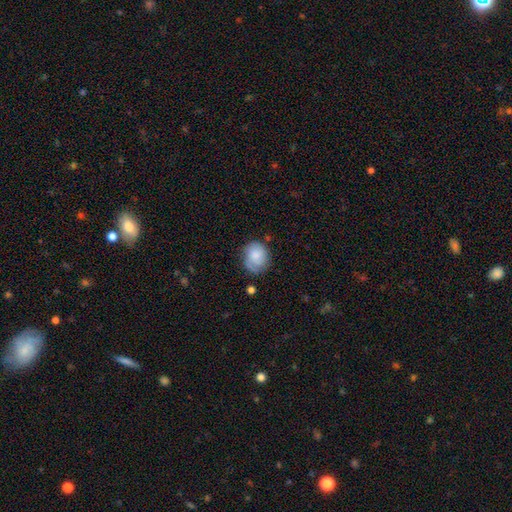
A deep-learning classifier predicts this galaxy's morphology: Smooth or featured? Predicted: smooth (p=0.68). How rounded? Predicted: round (p=0.62). Merging? Predicted: none (p=0.61).